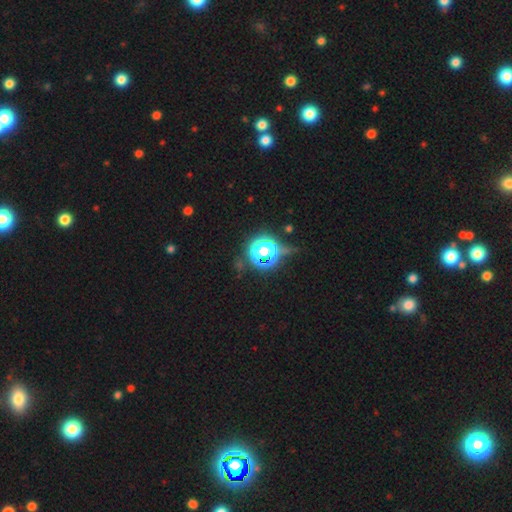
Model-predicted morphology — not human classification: smooth-or-featured: star or artifact: 77% | smooth: 16% | featured or disk: 8%